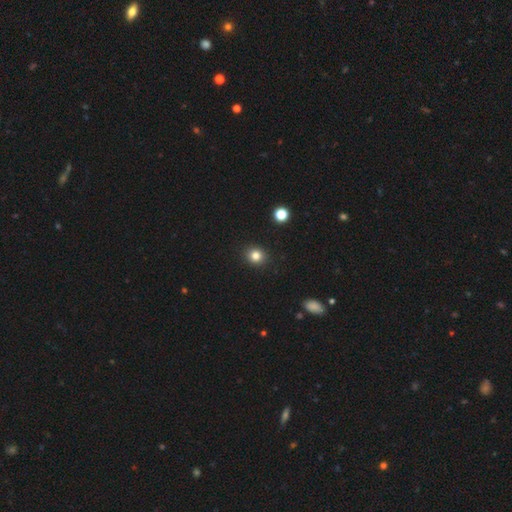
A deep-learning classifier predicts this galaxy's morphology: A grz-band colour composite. It shows a smooth galaxy with no disk features (82%) that is round (84%). Merging: none (92%).